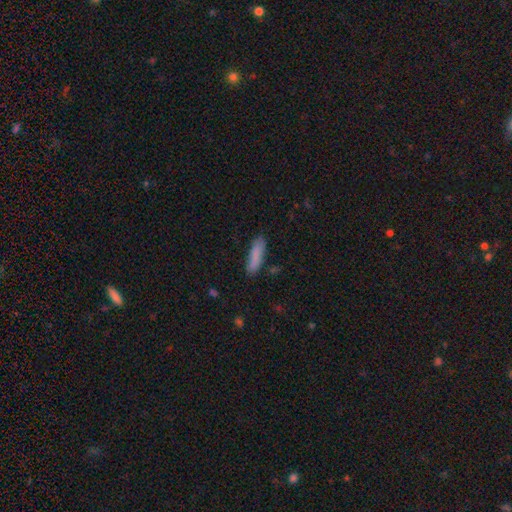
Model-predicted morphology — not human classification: The model was most divided on "how rounded": cigar-shaped: 69%, in between: 29%, round: 2%. More confident: smooth or featured — smooth (85%); merging — none (81%).